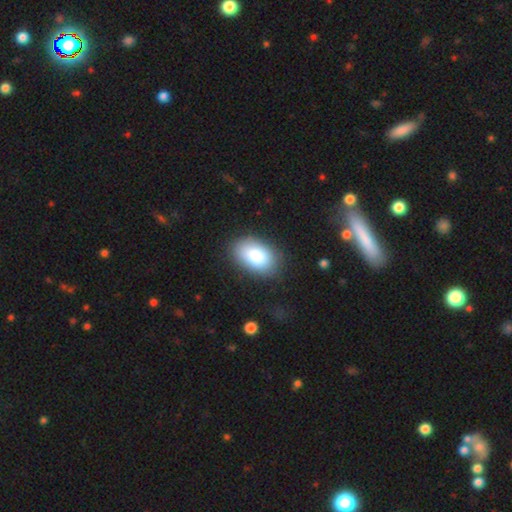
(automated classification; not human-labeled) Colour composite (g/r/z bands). It shows a smooth galaxy with no disk features (85%) that is in between round and cigar-shaped (90%). Merging: none (84%).